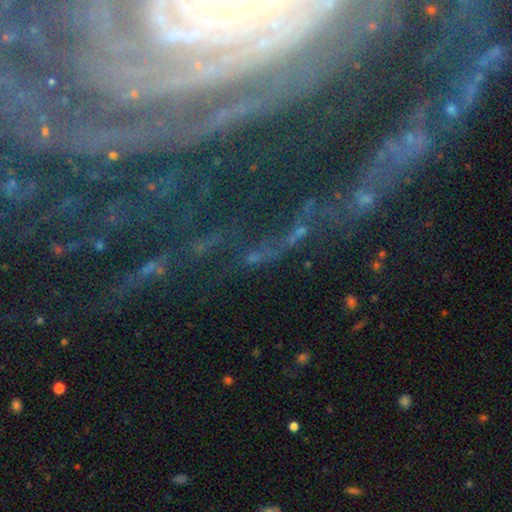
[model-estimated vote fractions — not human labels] Smooth or featured? Predicted: star or artifact (p=0.70).